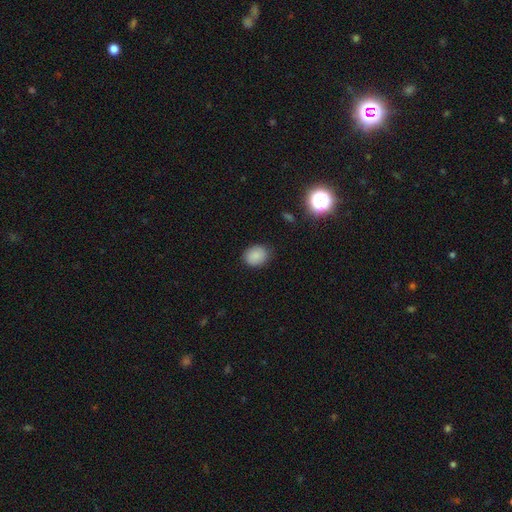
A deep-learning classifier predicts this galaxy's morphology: Smooth or featured? Predicted: smooth (p=0.86). How rounded? Predicted: round (p=0.53). Merging? Predicted: none (p=0.85).